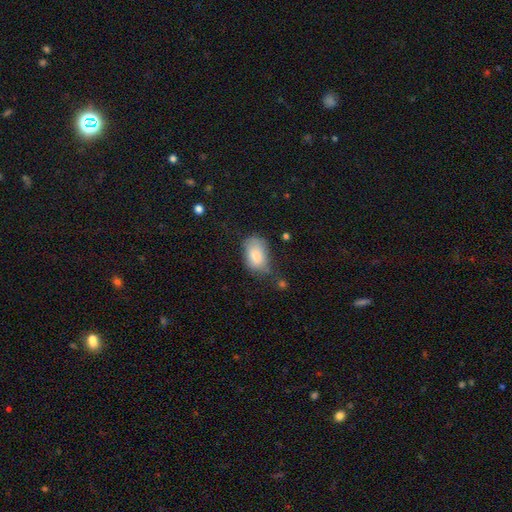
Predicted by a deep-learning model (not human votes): This appears to be a smooth galaxy with no disk features (80%) that is in between round and cigar-shaped (85%). Merging: none (51%).